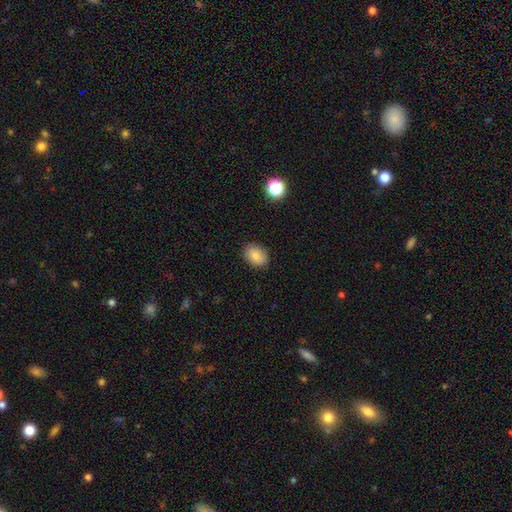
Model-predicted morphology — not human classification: type=smooth (85%); roundness=in between (70%); merging=none (88%).